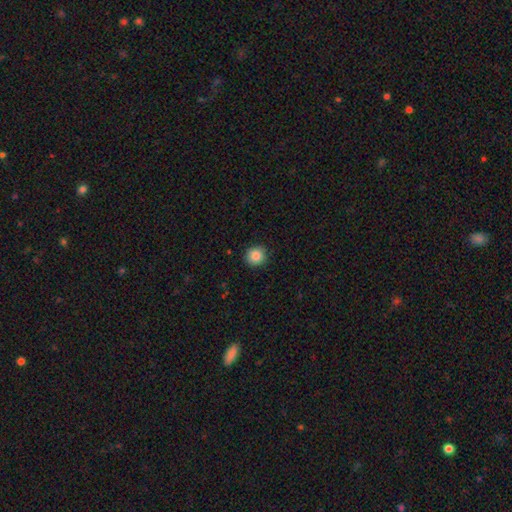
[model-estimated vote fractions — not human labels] smooth-or-featured: smooth: 87% | star or artifact: 9% | featured or disk: 4%
  how-rounded: round: 92% | in between: 7% | cigar-shaped: 1%
  merging: none: 91% | minor disturbance: 7% | major disturbance: 2% | merger: 1%